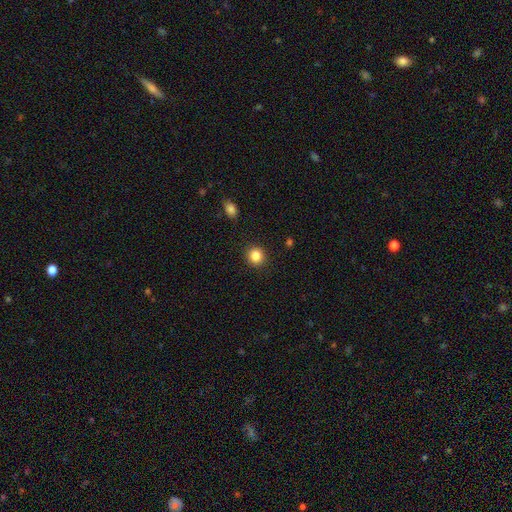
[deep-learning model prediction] Overall: smooth (85%). How rounded: round (87%). Merging: none (91%).